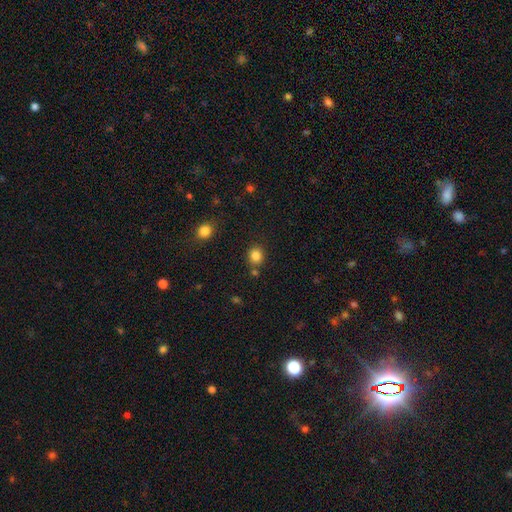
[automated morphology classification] A smooth galaxy with no disk features (84%) that is round (77%). Merging: none (78%).